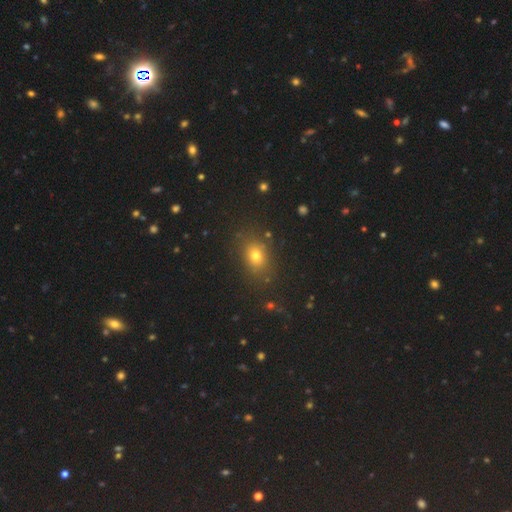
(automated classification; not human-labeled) Q: Smooth or featured?
A: smooth (71%); runner-up: star or artifact (20%)
Q: How rounded?
A: in between (54%); runner-up: round (44%)
Q: Merging?
A: none (84%); runner-up: minor disturbance (10%)